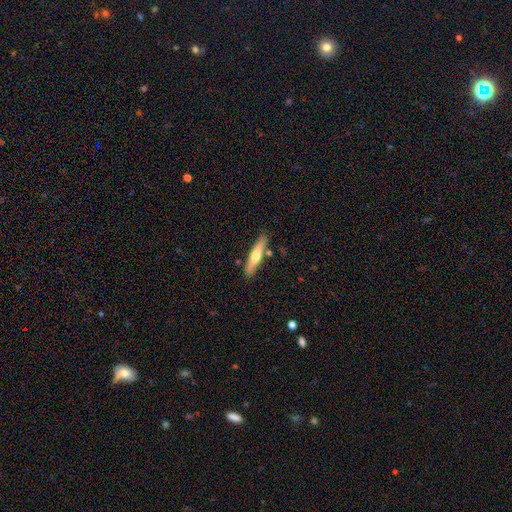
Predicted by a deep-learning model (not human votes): This appears to be a smooth galaxy with no disk features (56%) that is cigar-shaped (85%). Merging: none (83%).